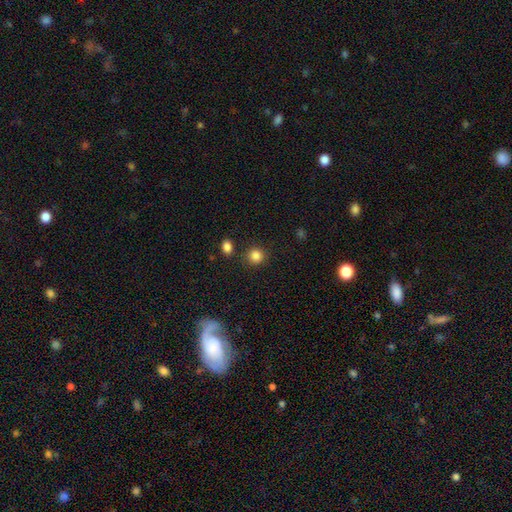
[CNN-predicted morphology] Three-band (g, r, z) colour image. It shows a smooth galaxy with no disk features (86%) that is round (89%). Merging: none (84%).